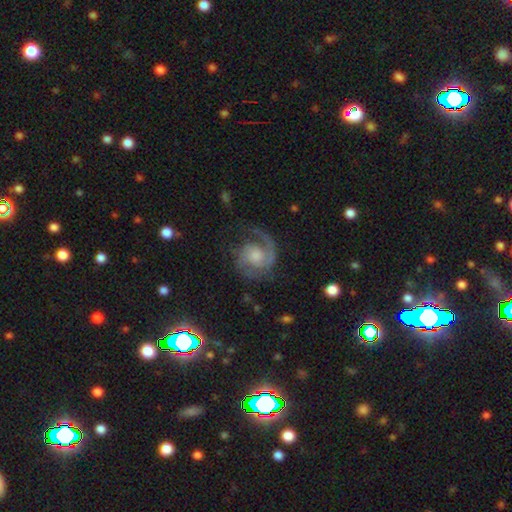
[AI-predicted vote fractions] The model was most divided on "spiral winding": medium: 48%, tight: 36%, loose: 16%. Remaining: edge-on disk — no (98%); spiral arms — yes (97%); smooth or featured — featured or disk (85%); merging — none (70%); bar — no (66%); spiral arm count — 2 (64%); bulge size — moderate (43%).